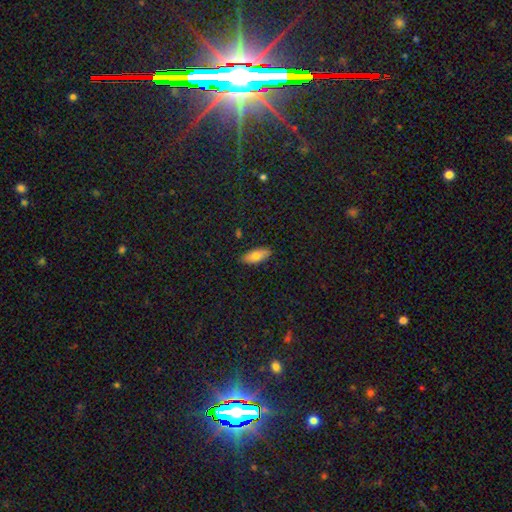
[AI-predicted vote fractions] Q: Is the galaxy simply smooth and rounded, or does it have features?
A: smooth — 79%.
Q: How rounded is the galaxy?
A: in between — 84%.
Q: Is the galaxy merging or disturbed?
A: none — 88%.